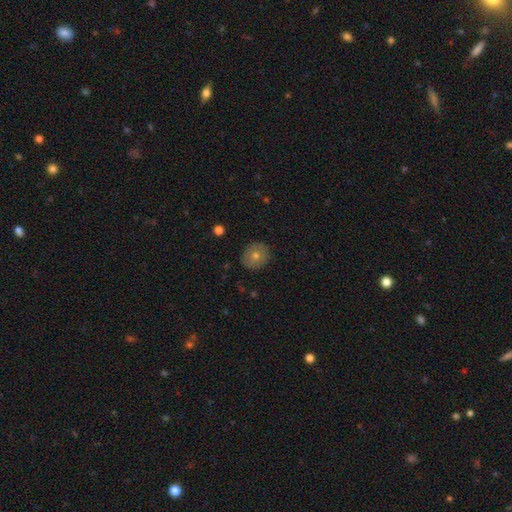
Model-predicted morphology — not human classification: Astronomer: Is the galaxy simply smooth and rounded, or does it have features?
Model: smooth — 61%.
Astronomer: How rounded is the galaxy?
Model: round — 82%.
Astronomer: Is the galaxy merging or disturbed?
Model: none — 87%.